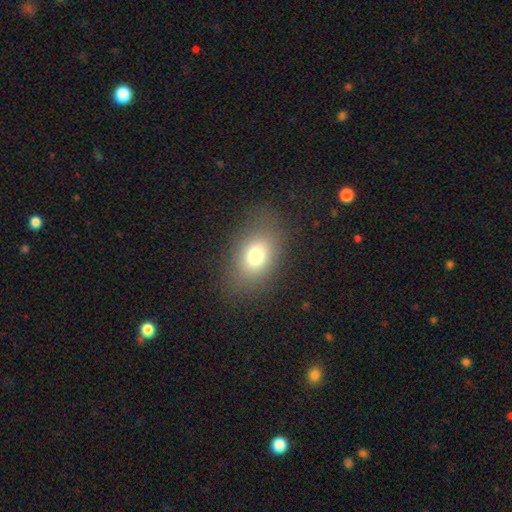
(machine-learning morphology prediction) This appears to be a smooth galaxy with no disk features (74%) that is in between round and cigar-shaped (72%). Merging: none (79%).